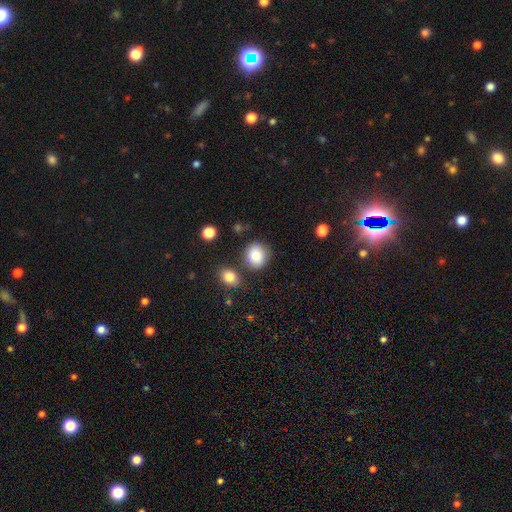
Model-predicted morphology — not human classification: A smooth galaxy with no disk features (82%) that is round (80%). Merging: none (78%).